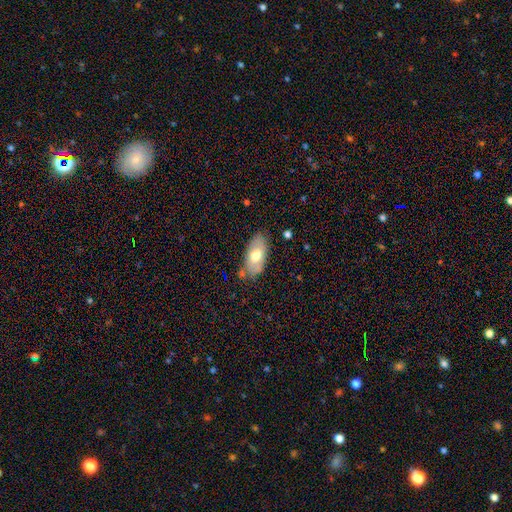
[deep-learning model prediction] Smooth or featured? Predicted: smooth (p=0.62). How rounded? Predicted: in between (p=0.92). Merging? Predicted: none (p=0.74).